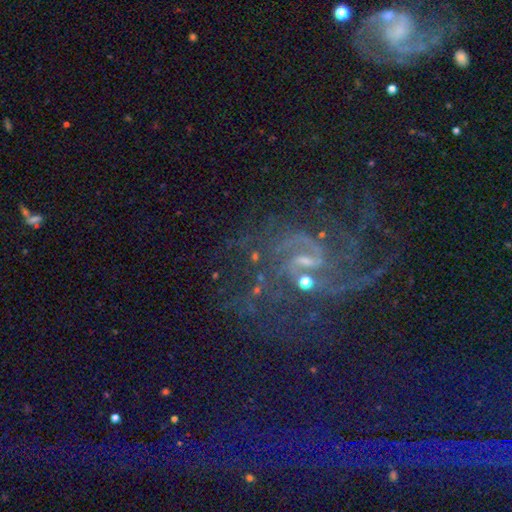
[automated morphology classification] A featured or disk galaxy (68%) with a weak bar (45%), 2 (35%) medium (44%) spiral arms (91%) and a small central bulge (61%).

Vote fractions:
- Smooth or featured? featured or disk: 68% / star or artifact: 23% / smooth: 9%
- Edge-on disk? no: 97% / yes: 3%
- Bar? weak: 45% / no: 37% / strong: 17%
- Spiral arms? yes: 91% / no: 9%
- Spiral winding? medium: 44% / loose: 31% / tight: 25%
- Spiral arm count? 2: 35% / can't tell: 23% / 3: 15% / 1: 10% / 4: 9% / more than 4: 9%
- Bulge size? small: 61% / moderate: 22% / none: 13% / large: 3% / dominant: 2%
- Merging? none: 52% / major disturbance: 26% / minor disturbance: 16% / merger: 6%